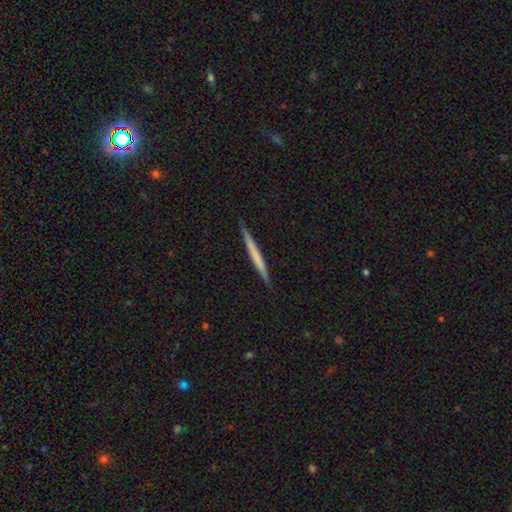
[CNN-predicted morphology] Smooth or featured: smooth — 55% (featured or disk — 40%)
How rounded: cigar-shaped — 97% (in between — 2%)
Merging: none — 91% (minor disturbance — 7%)